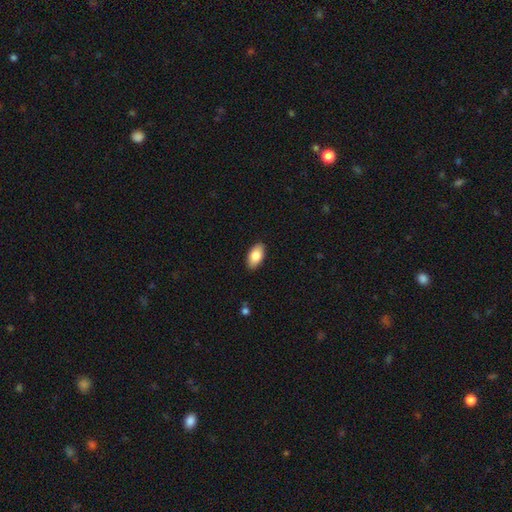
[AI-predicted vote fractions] The model was most divided on "smooth or featured": smooth: 83%, featured or disk: 11%, star or artifact: 7%. More confident: how rounded — in between (94%); merging — none (89%).